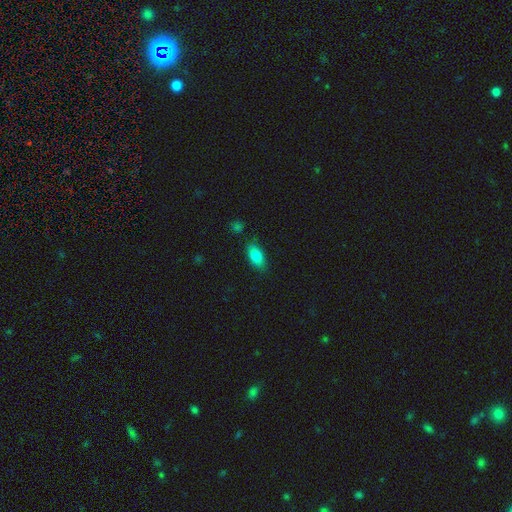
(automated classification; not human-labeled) smooth-or-featured: smooth: 81% | featured or disk: 11% | star or artifact: 8%
  how-rounded: in between: 87% | cigar-shaped: 8% | round: 5%
  merging: none: 81% | minor disturbance: 15% | major disturbance: 3% | merger: 2%